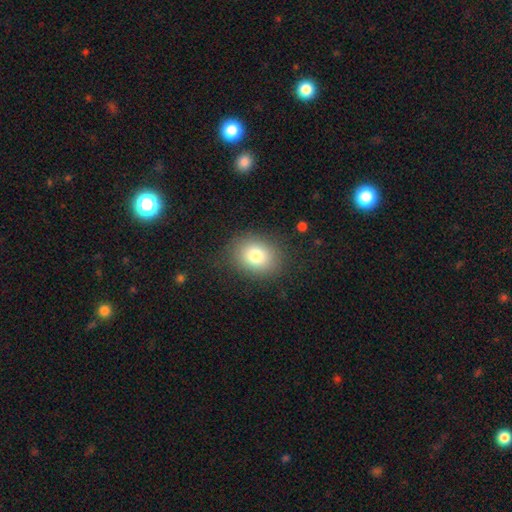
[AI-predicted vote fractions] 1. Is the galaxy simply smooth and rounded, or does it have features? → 80% smooth, 11% star or artifact, 10% featured or disk.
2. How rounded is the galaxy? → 55% round, 44% in between, 1% cigar-shaped.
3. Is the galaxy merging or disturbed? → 84% none, 10% minor disturbance, 4% major disturbance, 1% merger.